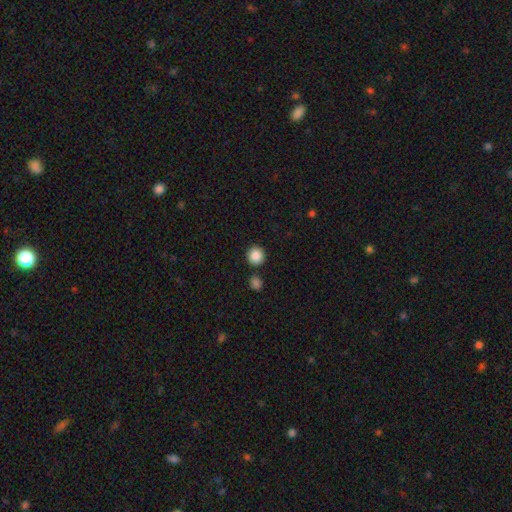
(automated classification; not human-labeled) A smooth galaxy with no disk features (88%) that is round (92%).

Vote fractions:
- Smooth or featured? smooth: 88% / star or artifact: 9% / featured or disk: 4%
- How rounded? round: 92% / in between: 7% / cigar-shaped: 1%
- Merging? none: 86% / minor disturbance: 7% / merger: 6% / major disturbance: 2%